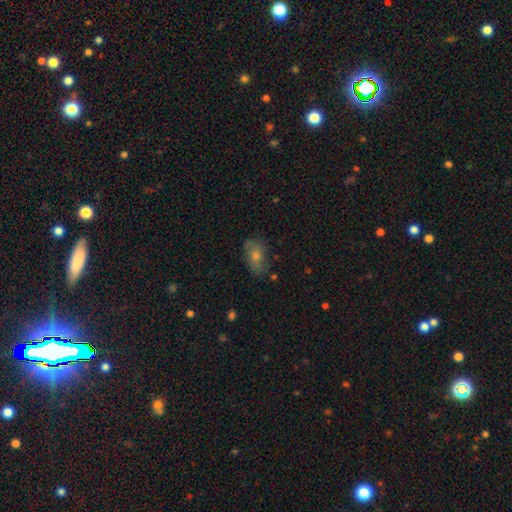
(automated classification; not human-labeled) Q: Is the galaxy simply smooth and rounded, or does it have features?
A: smooth — 63%.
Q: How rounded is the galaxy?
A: in between — 83%.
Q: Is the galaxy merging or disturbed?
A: none — 75%.